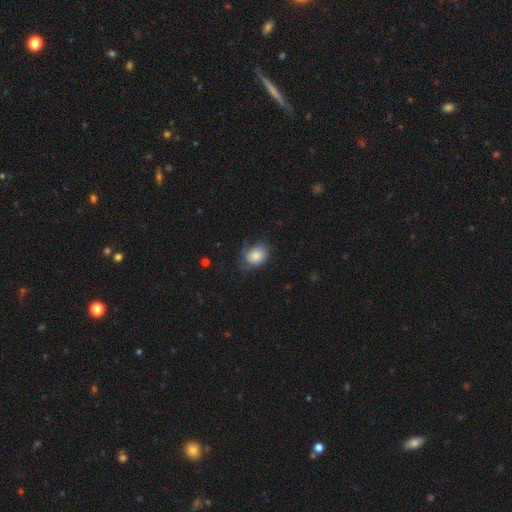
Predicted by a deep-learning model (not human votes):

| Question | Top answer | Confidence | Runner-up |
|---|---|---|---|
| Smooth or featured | smooth | 83% | featured or disk (10%) |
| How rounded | in between | 68% | round (31%) |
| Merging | none | 63% | minor disturbance (28%) |